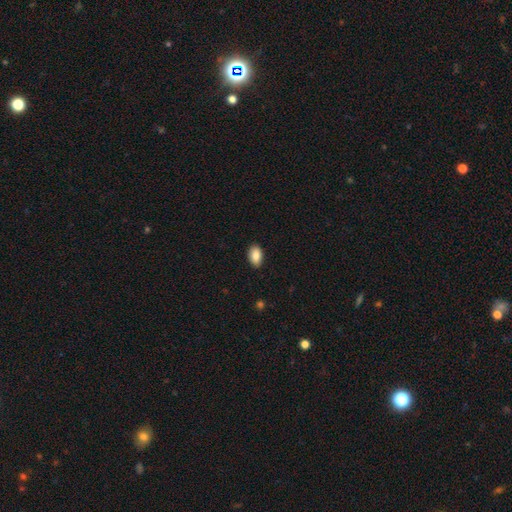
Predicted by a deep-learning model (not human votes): Morphology: type=smooth (86%); roundness=in between (91%); merging=none (88%).